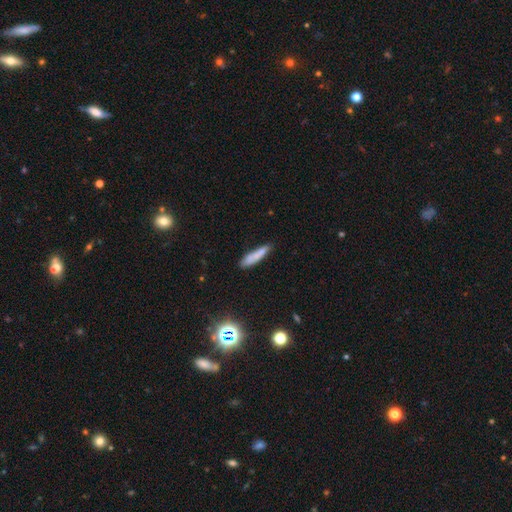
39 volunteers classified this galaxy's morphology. smooth 69%, featured or disk 26%, star or artifact 5%. Down the decision tree: how rounded — cigar-shaped (78%); merging — none (73%).